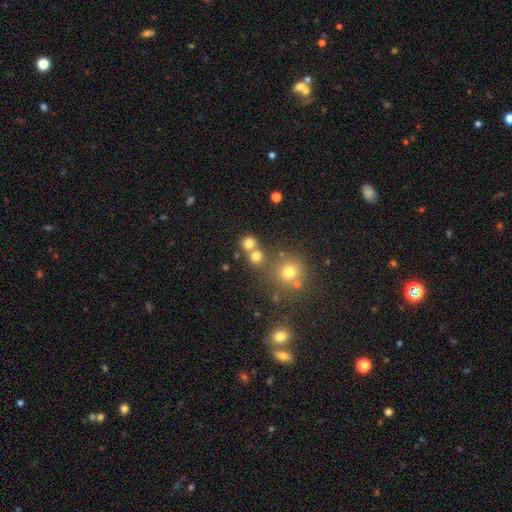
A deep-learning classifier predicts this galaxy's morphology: smooth_or_featured: smooth (p=0.75) [alt: star or artifact p=0.16]
how_rounded: round (p=0.88) [alt: in between p=0.11]
merging: none (p=0.58) [alt: merger p=0.31]